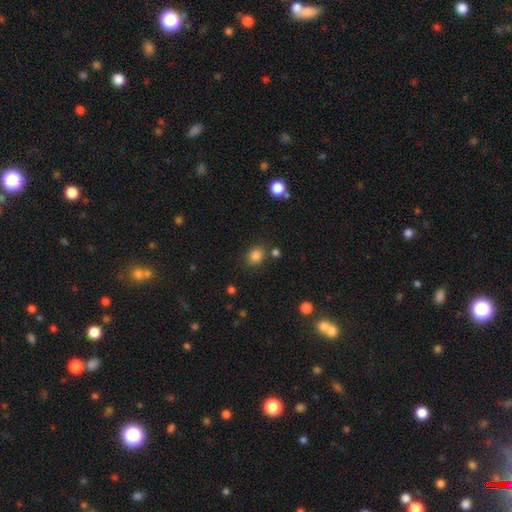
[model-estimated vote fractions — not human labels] This is clearly a smooth galaxy (84%). How rounded: likely round (63%). Merging: clearly none (81%).